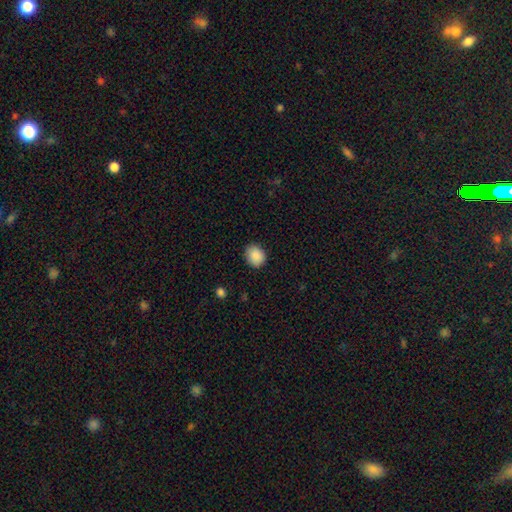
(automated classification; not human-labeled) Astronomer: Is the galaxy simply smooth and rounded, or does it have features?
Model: smooth — 89%.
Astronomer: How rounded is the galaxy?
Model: round — 67%.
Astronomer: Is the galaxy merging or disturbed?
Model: none — 85%.